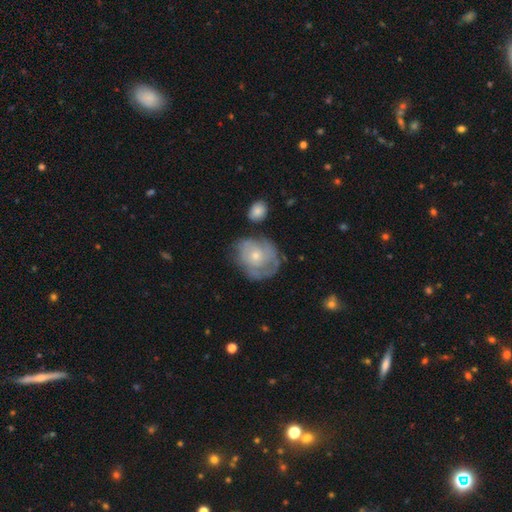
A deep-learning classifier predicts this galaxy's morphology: type=featured or disk (56%); edge-on=no (97%); bar=no (86%); spiral arms=yes (58%); bulge=small (64%); merging=none (51%).